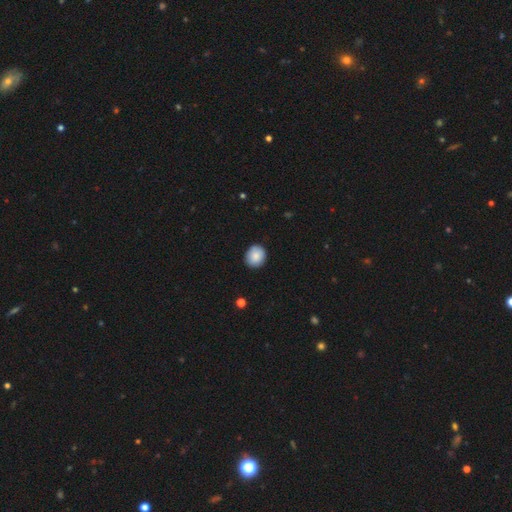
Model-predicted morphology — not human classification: Smooth or featured: smooth — 86% (star or artifact — 7%)
How rounded: round — 79% (in between — 20%)
Merging: none — 87% (minor disturbance — 10%)